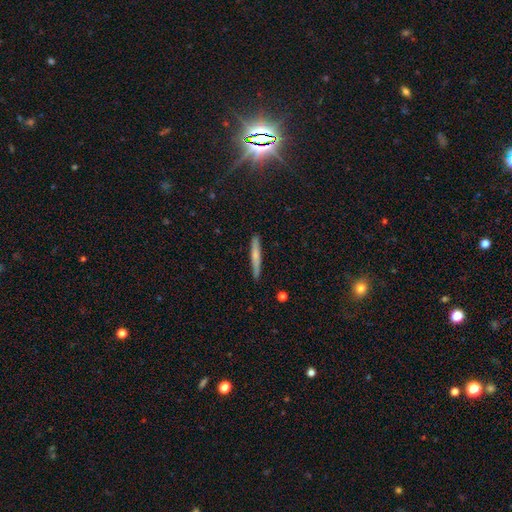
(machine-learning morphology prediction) Q: Smooth or featured?
A: smooth (60%); runner-up: featured or disk (33%)
Q: How rounded?
A: cigar-shaped (95%); runner-up: in between (3%)
Q: Merging?
A: none (89%); runner-up: minor disturbance (8%)